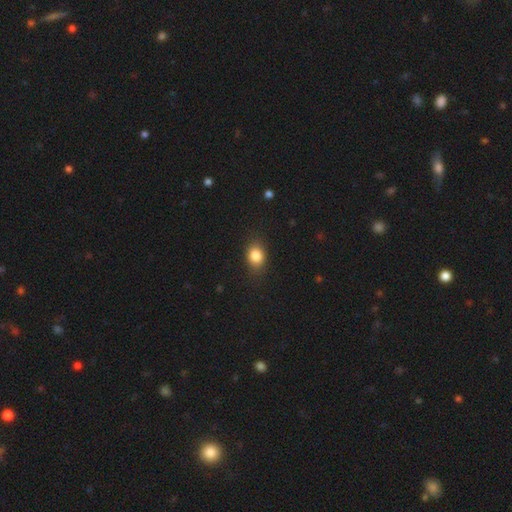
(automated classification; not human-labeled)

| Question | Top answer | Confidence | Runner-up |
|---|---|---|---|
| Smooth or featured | smooth | 84% | star or artifact (10%) |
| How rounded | in between | 57% | round (42%) |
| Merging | none | 82% | minor disturbance (14%) |